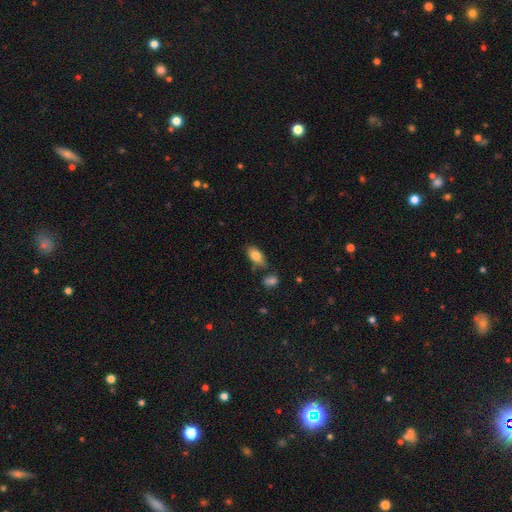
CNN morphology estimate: The model was most divided on "merging": none: 72%, minor disturbance: 16%, merger: 9%, major disturbance: 3%. More confident: how rounded — in between (91%); smooth or featured — smooth (81%).